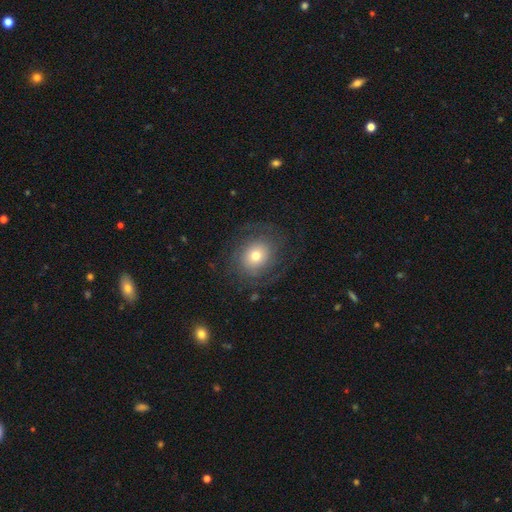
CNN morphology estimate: Smooth or featured? Predicted: smooth (p=0.47). Merging? Predicted: none (p=0.73).